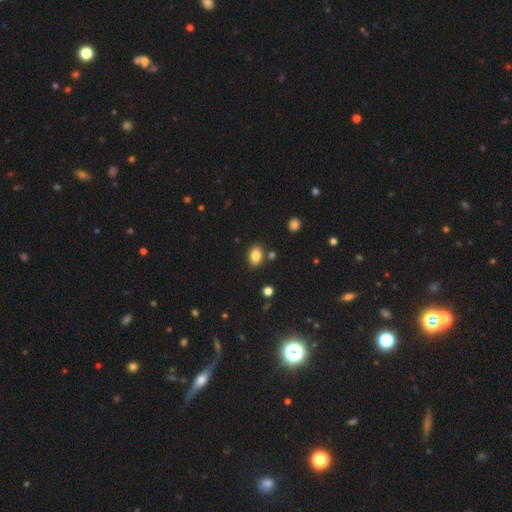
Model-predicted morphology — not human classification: Smooth or featured: smooth — 85% (star or artifact — 9%)
How rounded: in between — 84% (round — 15%)
Merging: none — 82% (minor disturbance — 10%)